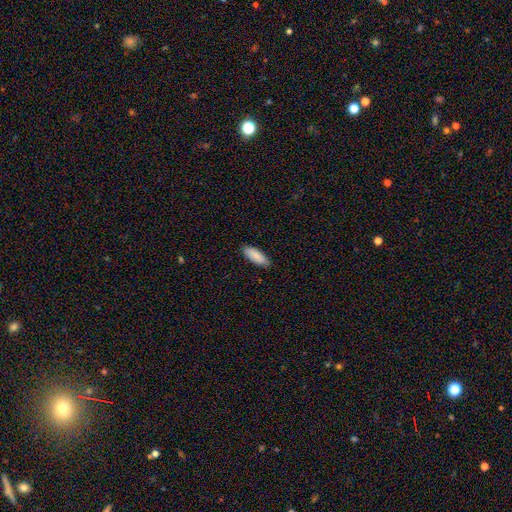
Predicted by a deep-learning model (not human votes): Overall: smooth (86%). How rounded: in between (76%). Merging: none (86%).